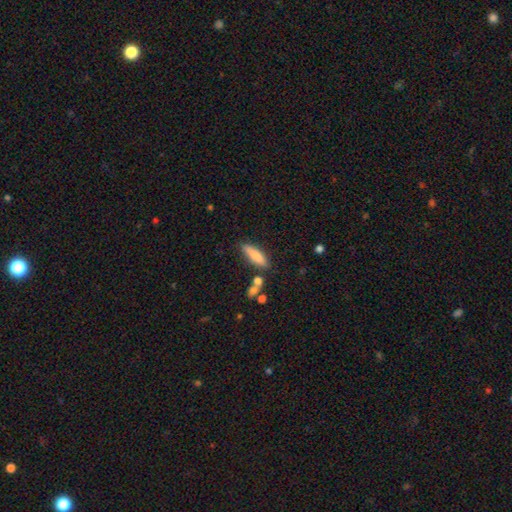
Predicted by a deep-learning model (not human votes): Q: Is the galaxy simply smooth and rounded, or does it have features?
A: smooth — 79%.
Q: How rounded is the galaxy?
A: cigar-shaped — 67%.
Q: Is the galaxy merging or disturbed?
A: none — 73%.